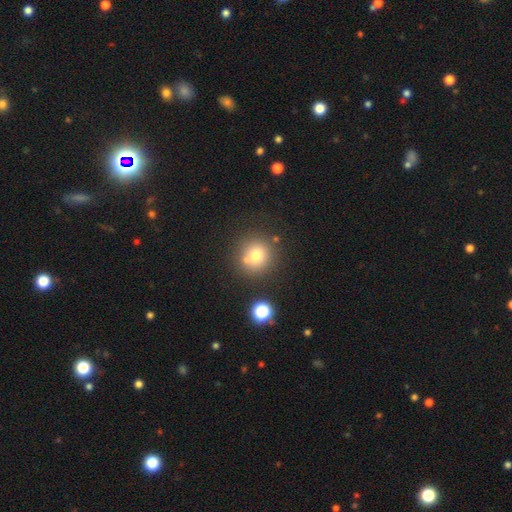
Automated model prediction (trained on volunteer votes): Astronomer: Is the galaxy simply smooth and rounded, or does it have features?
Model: smooth — 74%.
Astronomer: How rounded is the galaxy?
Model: round — 92%.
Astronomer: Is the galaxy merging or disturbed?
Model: none — 75%.